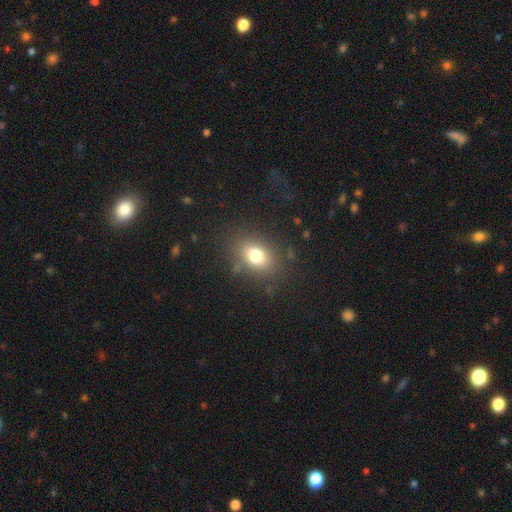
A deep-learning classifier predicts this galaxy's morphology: Overall: smooth (76%). How rounded: in between (66%; round 32%). Merging: none (81%).